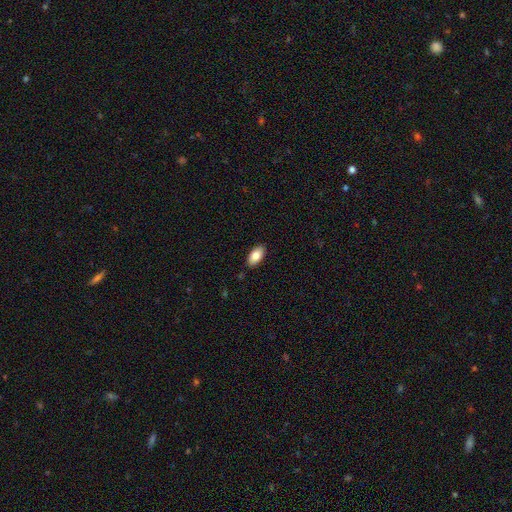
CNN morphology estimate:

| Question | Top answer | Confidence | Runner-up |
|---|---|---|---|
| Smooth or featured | smooth | 84% | featured or disk (9%) |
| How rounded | in between | 93% | cigar-shaped (4%) |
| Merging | none | 88% | minor disturbance (9%) |